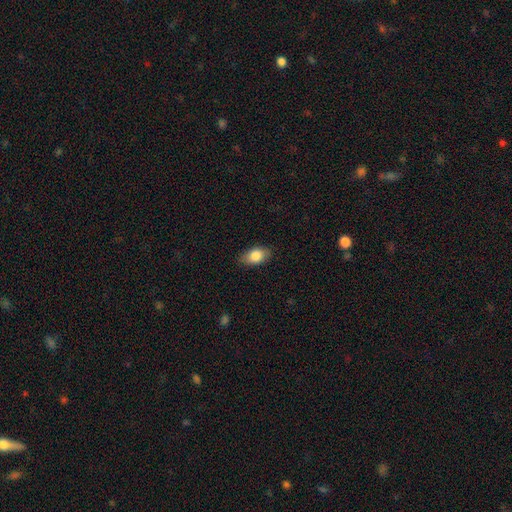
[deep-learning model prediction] Smooth or featured?
  - smooth: 84% *
  - featured or disk: 9%
  - star or artifact: 7%
How rounded?
  - in between: 89% *
  - round: 9%
  - cigar-shaped: 3%
Merging?
  - none: 84% *
  - minor disturbance: 13%
  - major disturbance: 3%
  - merger: 1%